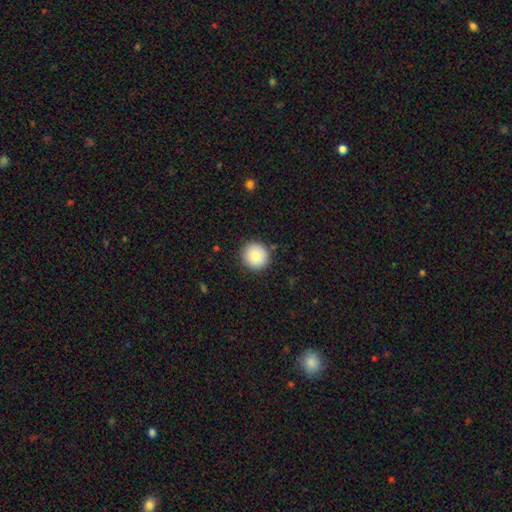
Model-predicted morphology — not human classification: smooth_or_featured: smooth (p=0.81) [alt: featured or disk p=0.10]
how_rounded: round (p=0.95) [alt: in between p=0.04]
merging: none (p=0.89) [alt: minor disturbance p=0.07]